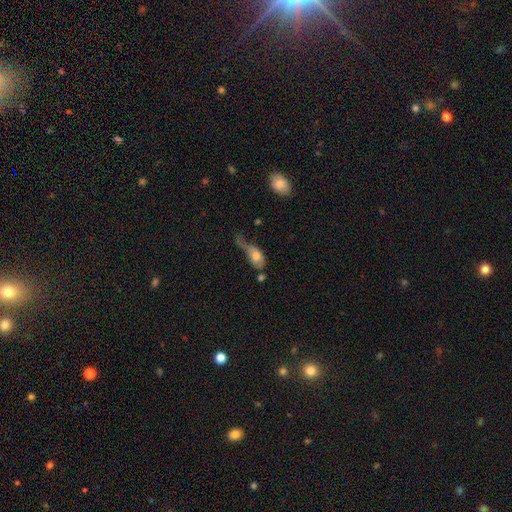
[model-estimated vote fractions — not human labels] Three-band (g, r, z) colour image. It shows a smooth galaxy with no disk features (65%) that is in between round and cigar-shaped (78%). Merging: major disturbance (47%).